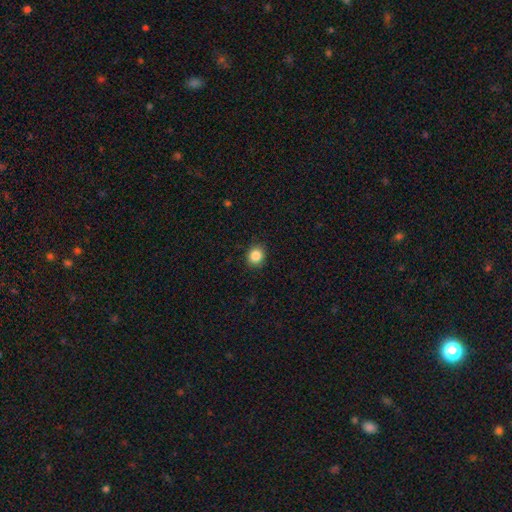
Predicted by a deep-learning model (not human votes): Smooth or featured?
  - smooth: 86% *
  - star or artifact: 10%
  - featured or disk: 4%
How rounded?
  - round: 77% *
  - in between: 22%
  - cigar-shaped: 1%
Merging?
  - none: 89% *
  - minor disturbance: 8%
  - major disturbance: 2%
  - merger: 1%